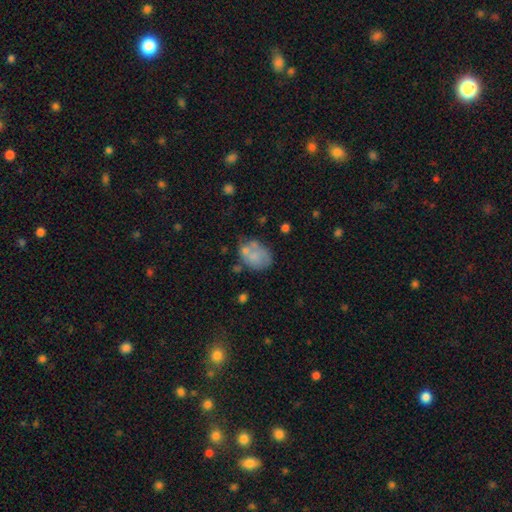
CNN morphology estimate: type=smooth (63%); roundness=in between (59%); merging=none (43%).